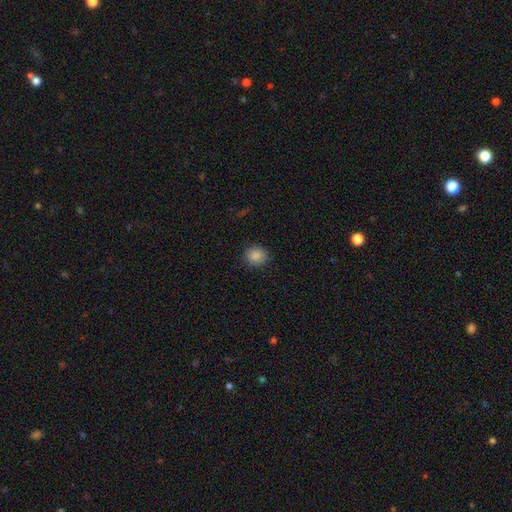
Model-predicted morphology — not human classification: smooth_or_featured: smooth (p=0.87) [alt: star or artifact p=0.10]
how_rounded: round (p=0.82) [alt: in between p=0.17]
merging: none (p=0.88) [alt: minor disturbance p=0.08]